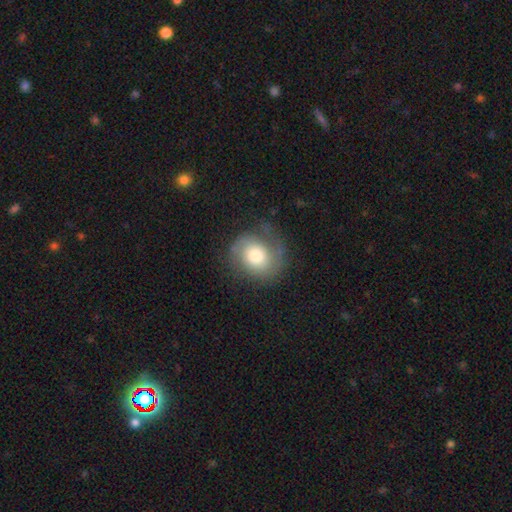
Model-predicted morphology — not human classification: Smooth or featured?
  - smooth: 49% *
  - featured or disk: 43%
  - star or artifact: 8%
Merging?
  - none: 65% *
  - minor disturbance: 21%
  - major disturbance: 12%
  - merger: 1%